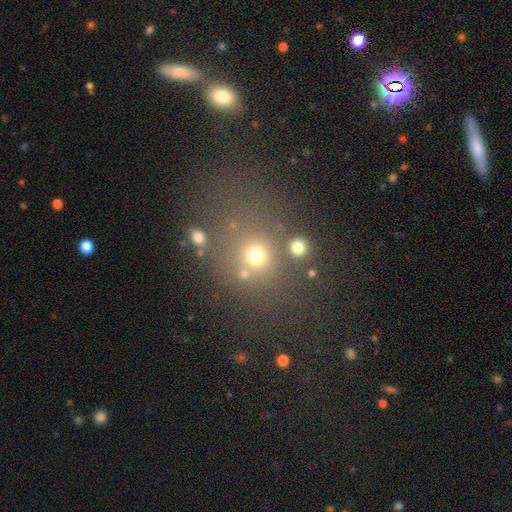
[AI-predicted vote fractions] A smooth galaxy with no disk features (66%) that is round (81%). Merging: none (67%).